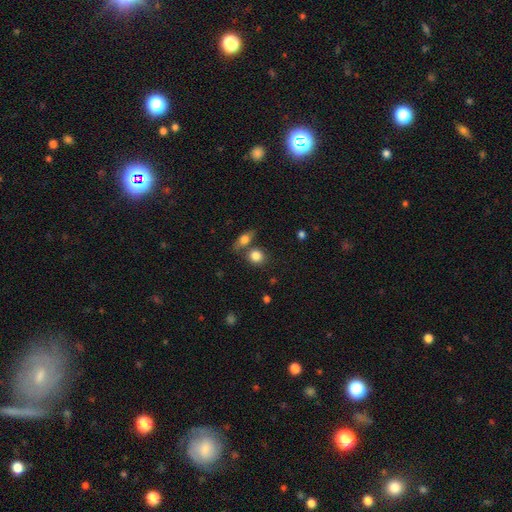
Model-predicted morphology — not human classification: Q: Smooth or featured?
A: smooth (83%); runner-up: featured or disk (9%)
Q: How rounded?
A: round (69%); runner-up: in between (29%)
Q: Merging?
A: none (61%); runner-up: merger (26%)